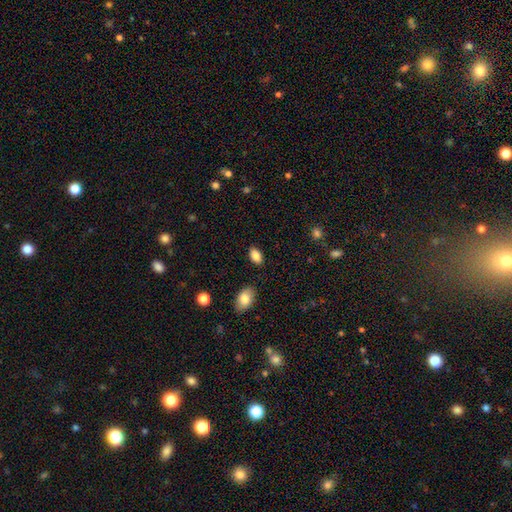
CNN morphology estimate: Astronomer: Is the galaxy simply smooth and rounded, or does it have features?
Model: smooth — 85%.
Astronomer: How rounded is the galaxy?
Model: in between — 91%.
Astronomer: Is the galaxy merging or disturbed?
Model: none — 87%.